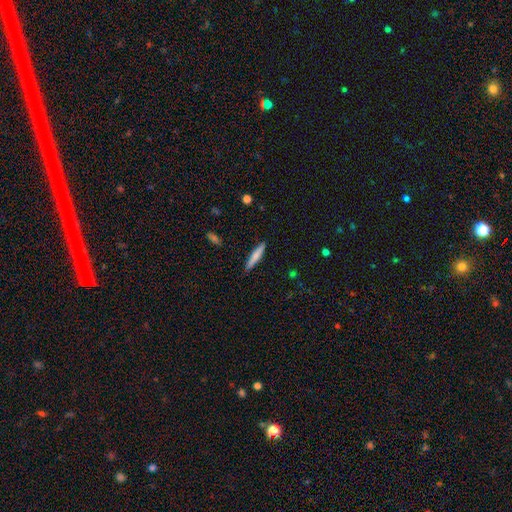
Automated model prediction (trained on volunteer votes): Overall: smooth (72%). How rounded: cigar-shaped (91%). Merging: none (88%).